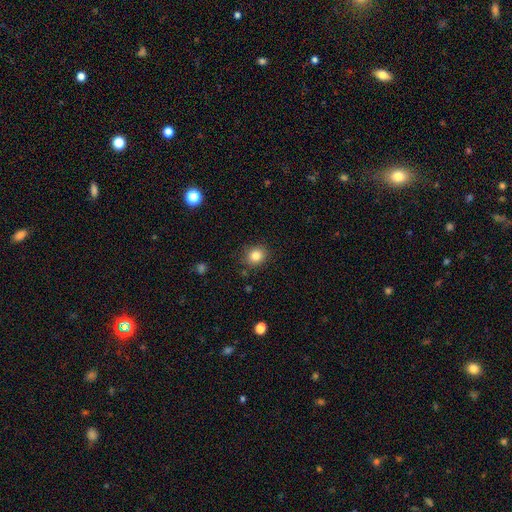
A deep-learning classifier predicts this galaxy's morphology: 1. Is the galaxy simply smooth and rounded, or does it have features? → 83% smooth, 11% star or artifact, 6% featured or disk.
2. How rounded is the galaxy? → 78% round, 22% in between, 1% cigar-shaped.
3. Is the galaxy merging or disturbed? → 85% none, 10% minor disturbance, 3% major disturbance, 2% merger.